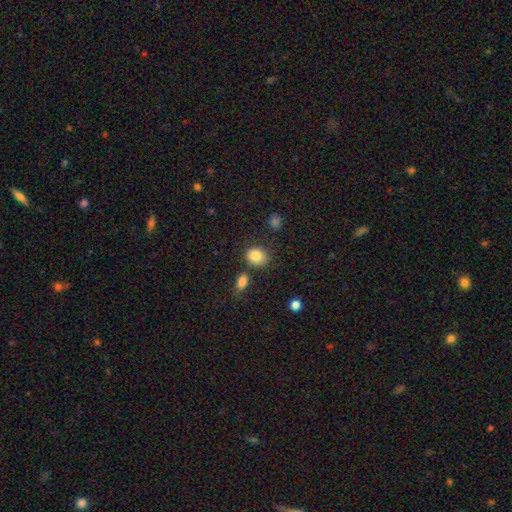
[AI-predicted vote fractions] A smooth galaxy with no disk features (84%) that is round (59%).

Vote fractions:
- Smooth or featured? smooth: 84% / star or artifact: 9% / featured or disk: 6%
- How rounded? round: 59% / in between: 40% / cigar-shaped: 1%
- Merging? none: 72% / minor disturbance: 14% / merger: 10% / major disturbance: 4%